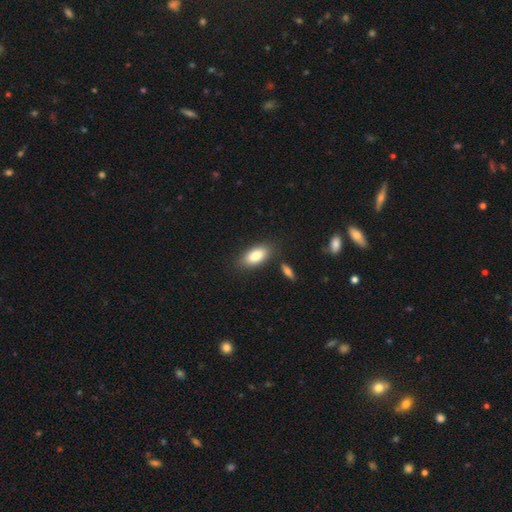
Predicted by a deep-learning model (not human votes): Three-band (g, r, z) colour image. It shows a smooth galaxy with no disk features (84%) that is in between round and cigar-shaped (90%). Merging: none (81%).